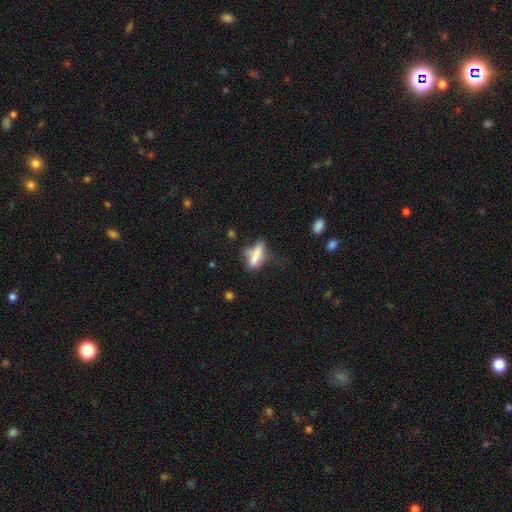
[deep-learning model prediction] smooth-or-featured: smooth: 66% | featured or disk: 24% | star or artifact: 10%
  how-rounded: cigar-shaped: 58% | in between: 38% | round: 3%
  merging: none: 41% | minor disturbance: 26% | major disturbance: 22% | merger: 11%